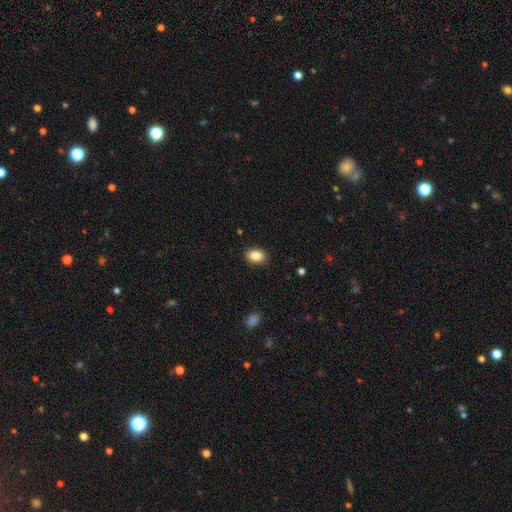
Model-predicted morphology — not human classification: type=smooth (86%); roundness=in between (80%); merging=none (88%).